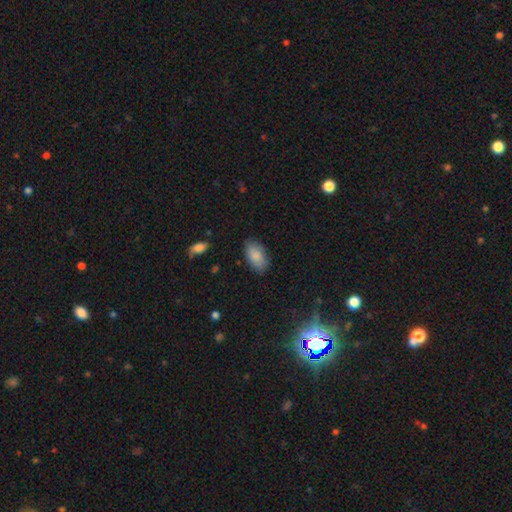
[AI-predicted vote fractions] A smooth galaxy with no disk features (86%) that is in between round and cigar-shaped (94%). Merging: none (82%).